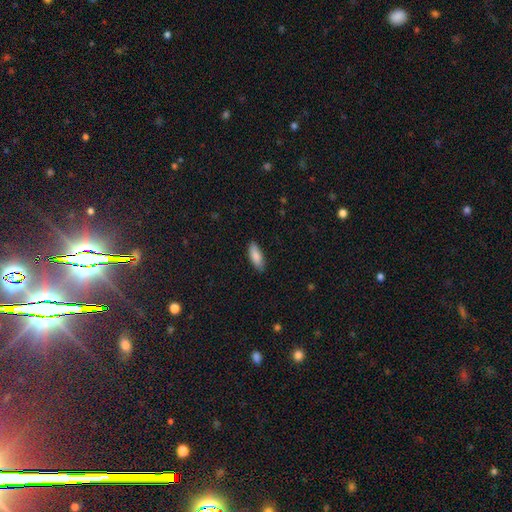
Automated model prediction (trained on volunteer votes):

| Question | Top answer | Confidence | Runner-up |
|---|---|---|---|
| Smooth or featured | smooth | 88% | featured or disk (7%) |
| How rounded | in between | 70% | cigar-shaped (28%) |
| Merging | none | 86% | minor disturbance (11%) |